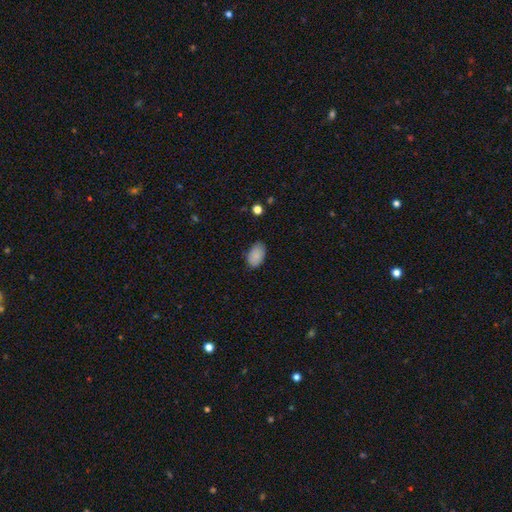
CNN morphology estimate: The model was most divided on "merging": none: 79%, minor disturbance: 17%, major disturbance: 3%, merger: 1%. More confident: how rounded — in between (92%); smooth or featured — smooth (88%).